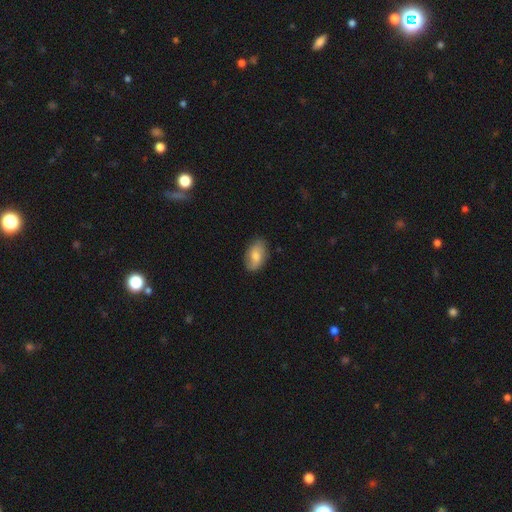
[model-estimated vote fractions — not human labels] Q: Smooth or featured?
A: smooth (62%); runner-up: featured or disk (31%)
Q: How rounded?
A: in between (91%); runner-up: round (7%)
Q: Merging?
A: none (80%); runner-up: minor disturbance (15%)